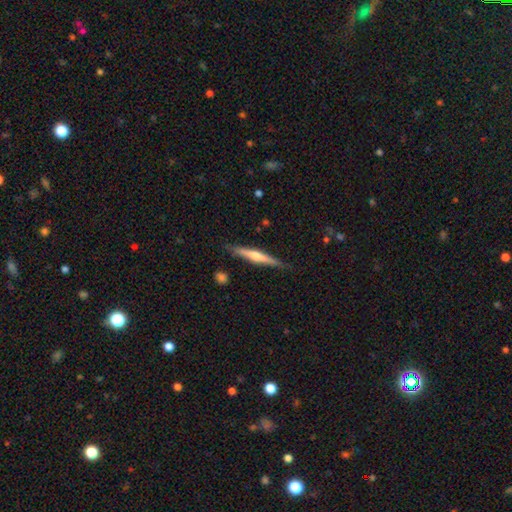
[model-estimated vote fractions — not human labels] Overall: featured or disk (63%; smooth 32%). Edge-on disk: yes (97%). Edge-on bulge: rounded (82%). Merging: none (85%).